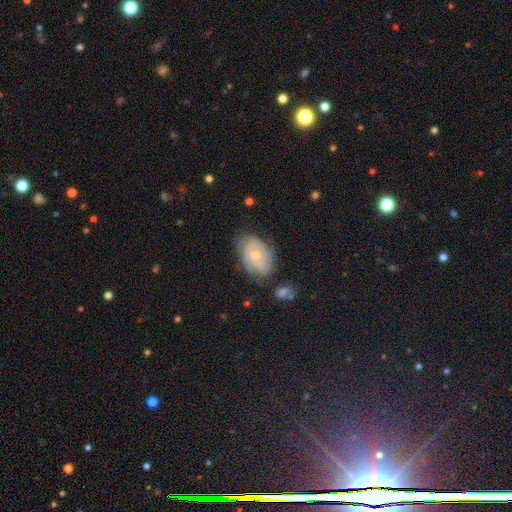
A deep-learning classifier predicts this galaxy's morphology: featured or disk 66%, smooth 27%, star or artifact 7%. Down the decision tree: edge-on disk — no (96%); bar — no (77%); spiral arms — yes (82%); spiral arm count — can't tell (43%); spiral winding — tight (60%); bulge size — small (55%); merging — none (62%).